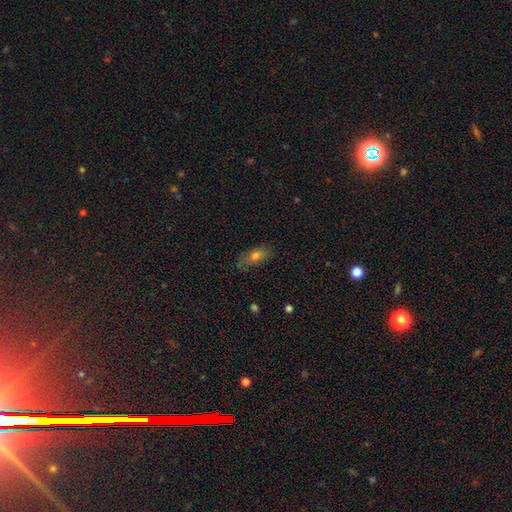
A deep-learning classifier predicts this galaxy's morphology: A smooth galaxy with no disk features (66%) that is in between round and cigar-shaped (73%).

Vote fractions:
- Smooth or featured? smooth: 66% / featured or disk: 23% / star or artifact: 12%
- How rounded? in between: 73% / cigar-shaped: 21% / round: 6%
- Merging? none: 72% / minor disturbance: 21% / major disturbance: 6% / merger: 2%